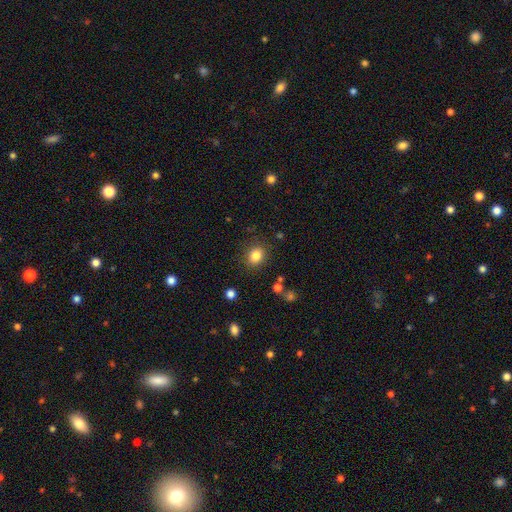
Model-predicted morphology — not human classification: Overall: smooth (83%). How rounded: round (56%; in between 43%). Merging: none (85%).